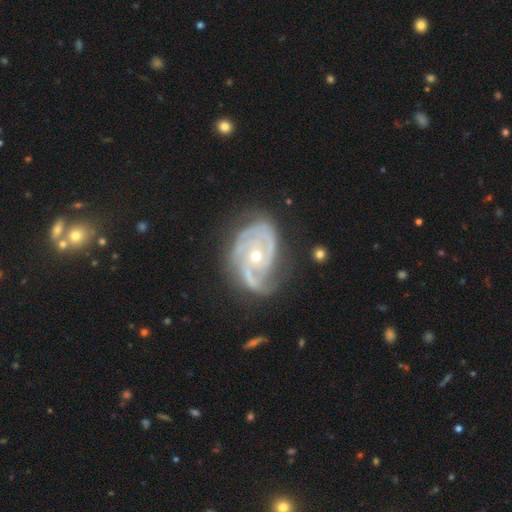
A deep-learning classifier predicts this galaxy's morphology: Smooth or featured: featured or disk — 90% (smooth — 5%)
Edge-on disk: no — 97% (yes — 3%)
Bar: no — 72% (weak — 21%)
Spiral arms: yes — 97% (no — 3%)
Spiral winding: tight — 59% (medium — 34%)
Spiral arm count: 3 — 40% (2 — 27%)
Bulge size: moderate — 50% (small — 47%)
Merging: none — 60% (minor disturbance — 25%)